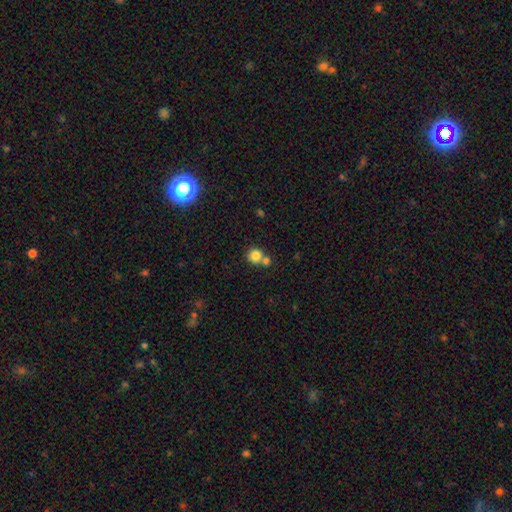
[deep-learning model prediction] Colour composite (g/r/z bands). It shows a smooth galaxy with no disk features (82%) that is round (89%). Merging: none (52%).